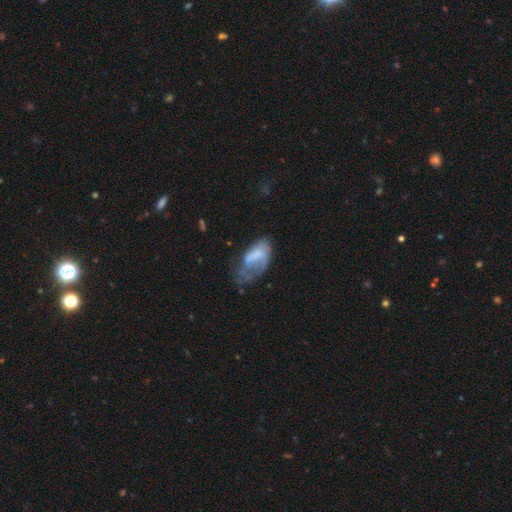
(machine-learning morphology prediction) smooth-or-featured: smooth: 56% | featured or disk: 36% | star or artifact: 8%
  how-rounded: in between: 92% | round: 4% | cigar-shaped: 4%
  merging: major disturbance: 41% | minor disturbance: 31% | none: 24% | merger: 4%